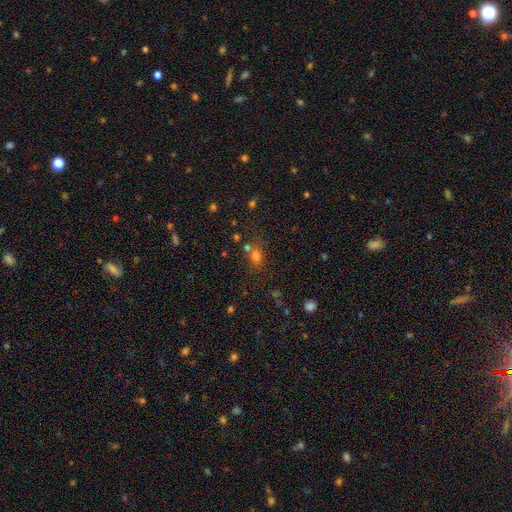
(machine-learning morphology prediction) Smooth or featured? smooth (66%)
How rounded? round (60%)
Merging? none (58%)